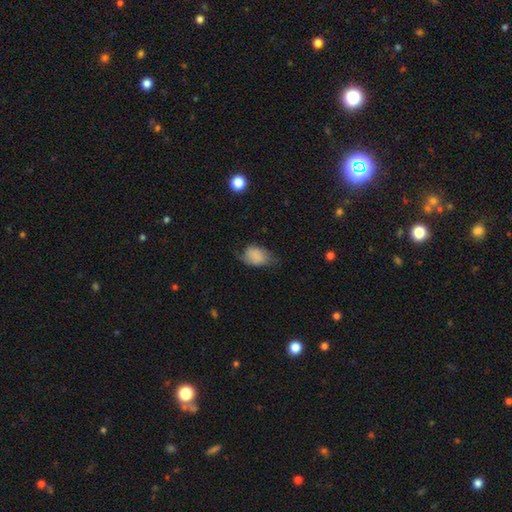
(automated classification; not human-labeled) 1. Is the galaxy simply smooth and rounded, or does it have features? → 76% smooth, 15% featured or disk, 9% star or artifact.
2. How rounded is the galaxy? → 84% in between, 14% round, 2% cigar-shaped.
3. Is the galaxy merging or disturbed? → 43% none, 39% minor disturbance, 17% major disturbance, 2% merger.